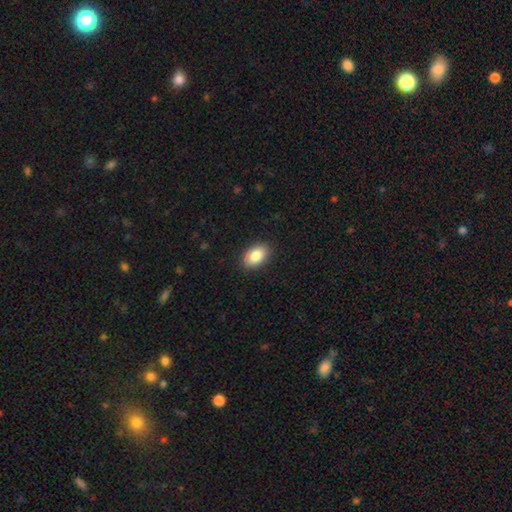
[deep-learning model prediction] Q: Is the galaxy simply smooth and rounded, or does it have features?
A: smooth — 84%.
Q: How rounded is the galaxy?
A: in between — 89%.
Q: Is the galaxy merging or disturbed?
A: none — 87%.